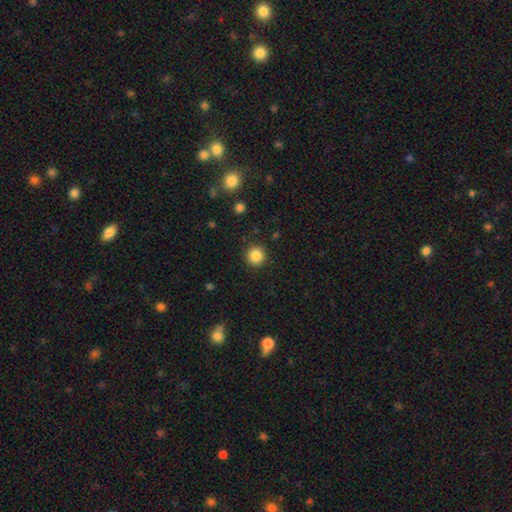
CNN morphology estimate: Smooth or featured: smooth — 85% (star or artifact — 10%)
How rounded: round — 95% (in between — 4%)
Merging: none — 91% (minor disturbance — 6%)